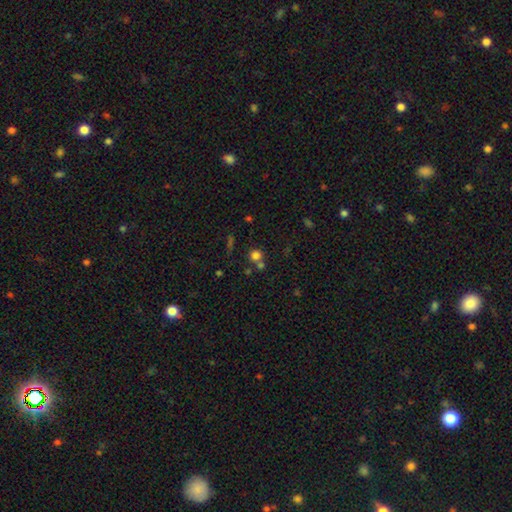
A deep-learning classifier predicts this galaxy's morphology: Smooth or featured?
  - smooth: 73% *
  - star or artifact: 18%
  - featured or disk: 9%
How rounded?
  - round: 89% *
  - in between: 10%
  - cigar-shaped: 1%
Merging?
  - none: 58% *
  - merger: 30%
  - minor disturbance: 8%
  - major disturbance: 4%